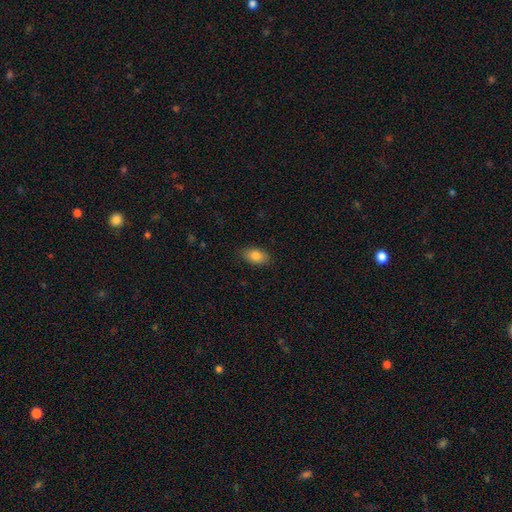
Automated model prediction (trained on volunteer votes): The model was most divided on "merging": none: 86%, minor disturbance: 11%, major disturbance: 2%, merger: 1%. More confident: how rounded — in between (92%); smooth or featured — smooth (85%).